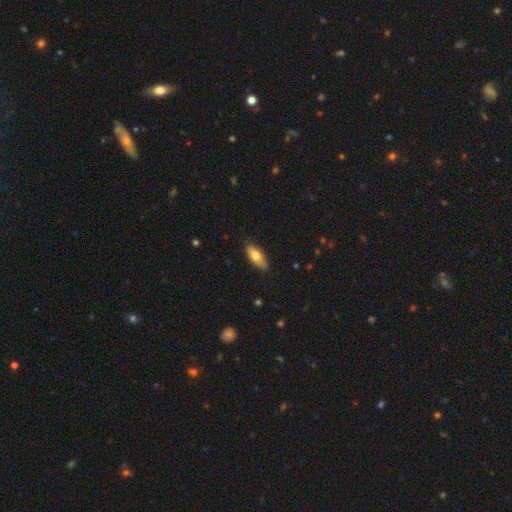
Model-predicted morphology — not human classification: This appears to be a smooth galaxy with no disk features (75%) that is in between round and cigar-shaped (80%). Merging: none (84%).